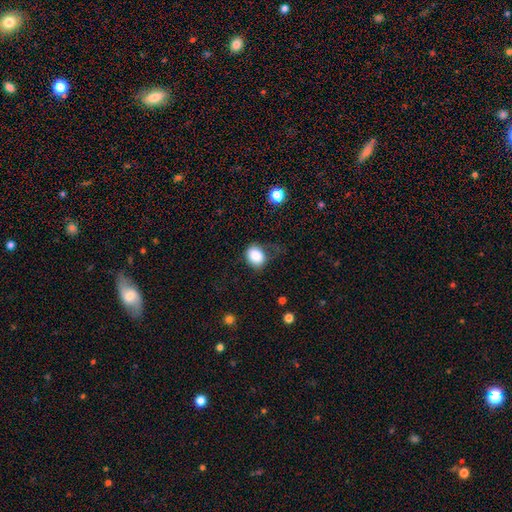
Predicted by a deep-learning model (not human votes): Smooth or featured? Predicted: smooth (p=0.86). How rounded? Predicted: in between (p=0.53). Merging? Predicted: none (p=0.50).